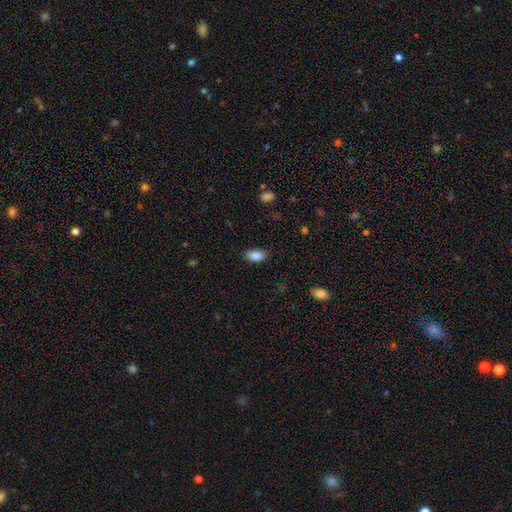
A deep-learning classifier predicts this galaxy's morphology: Smooth or featured? smooth (87%)
How rounded? in between (92%)
Merging? none (85%)